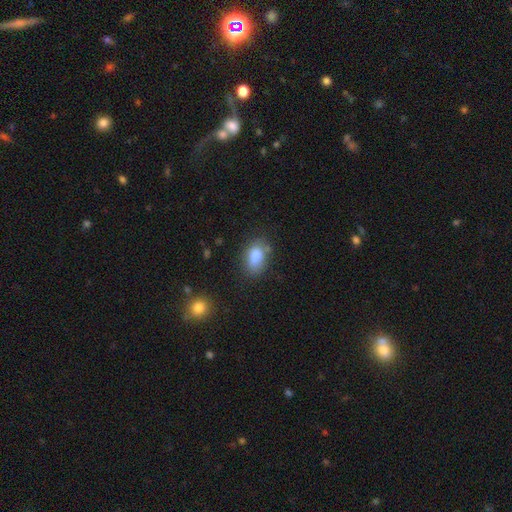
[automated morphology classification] Smooth or featured: smooth — 84% (star or artifact — 9%)
How rounded: in between — 87% (round — 11%)
Merging: none — 61% (minor disturbance — 25%)